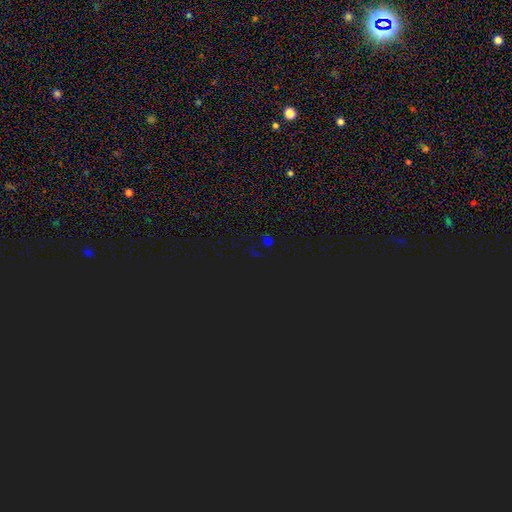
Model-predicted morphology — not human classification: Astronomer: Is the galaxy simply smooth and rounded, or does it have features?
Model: star or artifact — 72%.